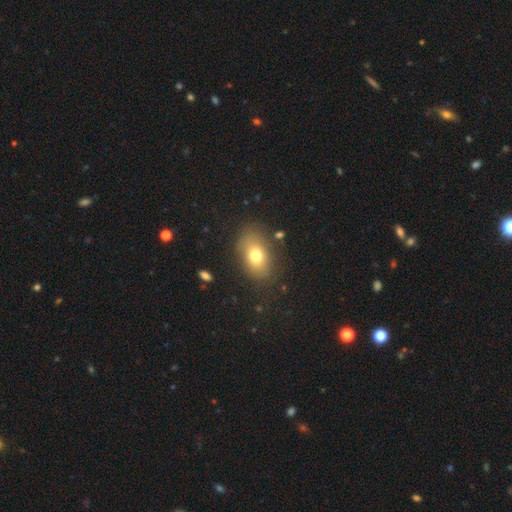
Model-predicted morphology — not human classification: Q: Smooth or featured?
A: smooth (72%); runner-up: featured or disk (17%)
Q: How rounded?
A: in between (80%); runner-up: round (18%)
Q: Merging?
A: none (77%); runner-up: minor disturbance (14%)